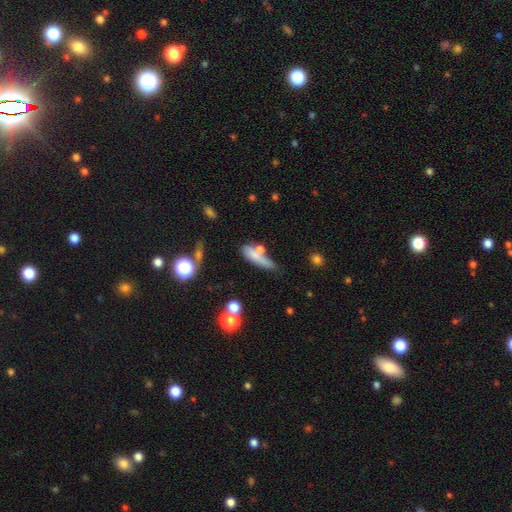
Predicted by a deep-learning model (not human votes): This is likely a smooth galaxy (67%). How rounded: likely cigar-shaped (61%). Merging: marginally none (41%).